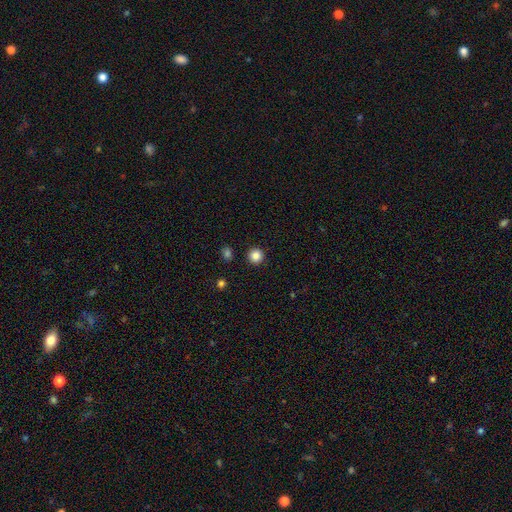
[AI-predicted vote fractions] smooth-or-featured: smooth: 86% | star or artifact: 11% | featured or disk: 3%
  how-rounded: round: 95% | in between: 4% | cigar-shaped: 1%
  merging: none: 92% | minor disturbance: 4% | major disturbance: 2% | merger: 2%